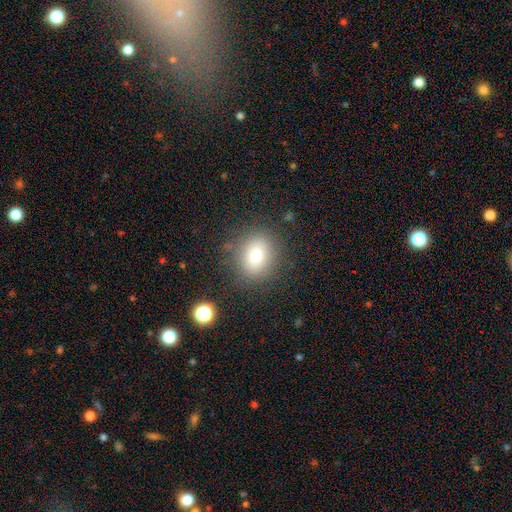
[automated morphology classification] Smooth or featured? Predicted: smooth (p=0.82). How rounded? Predicted: round (p=0.53). Merging? Predicted: none (p=0.81).